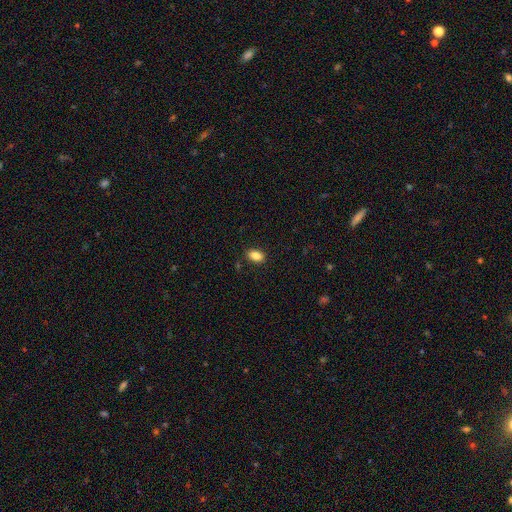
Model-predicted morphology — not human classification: This is clearly a smooth galaxy (86%). How rounded: clearly in between (88%). Merging: clearly none (87%).